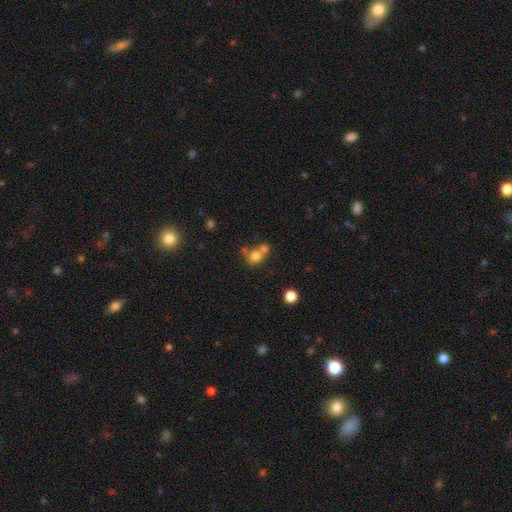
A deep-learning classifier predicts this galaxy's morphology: Smooth or featured?
  - smooth: 74% *
  - featured or disk: 13%
  - star or artifact: 13%
How rounded?
  - round: 74% *
  - in between: 25%
  - cigar-shaped: 1%
Merging?
  - merger: 49% *
  - none: 37%
  - minor disturbance: 9%
  - major disturbance: 5%